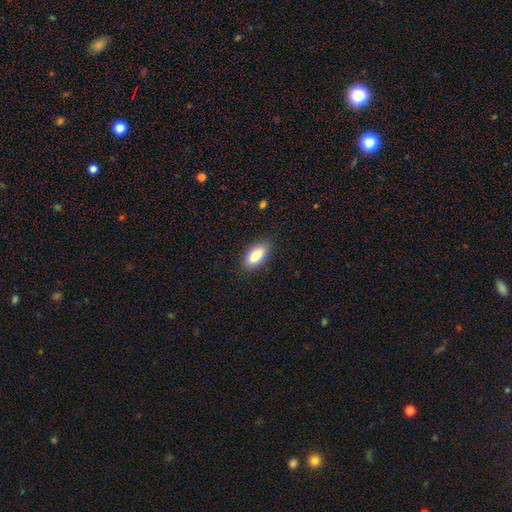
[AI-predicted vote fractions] This is clearly a smooth galaxy (86%). How rounded: clearly in between (87%). Merging: clearly none (86%).